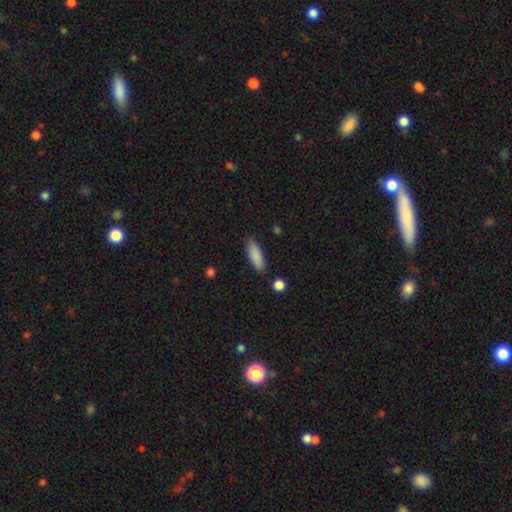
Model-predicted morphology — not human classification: Smooth or featured? smooth (87%)
How rounded? in between (59%)
Merging? none (83%)